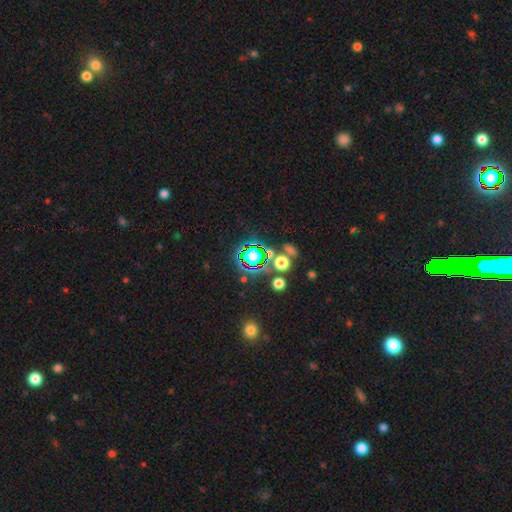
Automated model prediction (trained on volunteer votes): Overall: star or artifact (62%; smooth 27%).